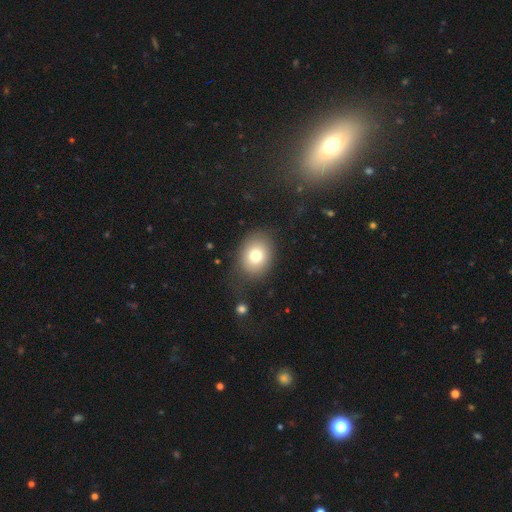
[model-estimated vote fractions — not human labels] This is likely a smooth galaxy (75%). How rounded: possibly in between (56%). Merging: likely none (75%).